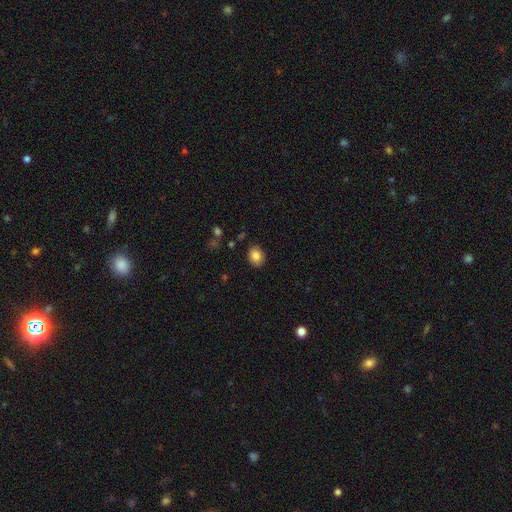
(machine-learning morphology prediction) smooth_or_featured: smooth (p=0.85) [alt: star or artifact p=0.09]
how_rounded: round (p=0.52) [alt: in between p=0.47]
merging: none (p=0.87) [alt: minor disturbance p=0.09]